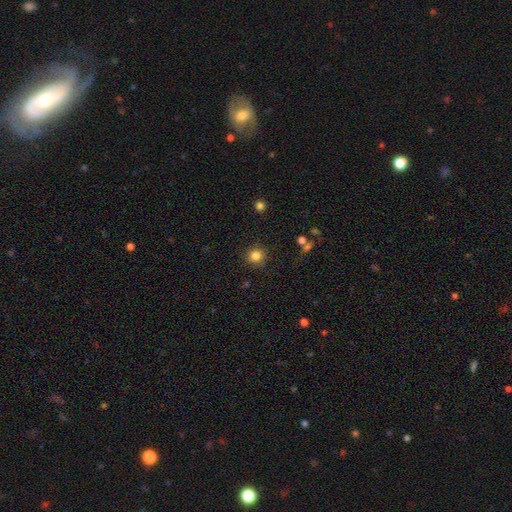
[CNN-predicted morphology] The model was most divided on "smooth or featured": smooth: 83%, star or artifact: 12%, featured or disk: 5%. More confident: how rounded — round (91%); merging — none (88%).